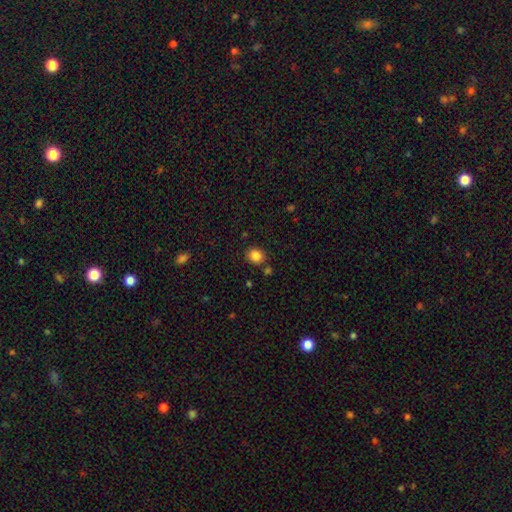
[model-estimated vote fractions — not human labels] This is clearly a smooth galaxy (86%). How rounded: likely round (74%). Merging: clearly none (83%).